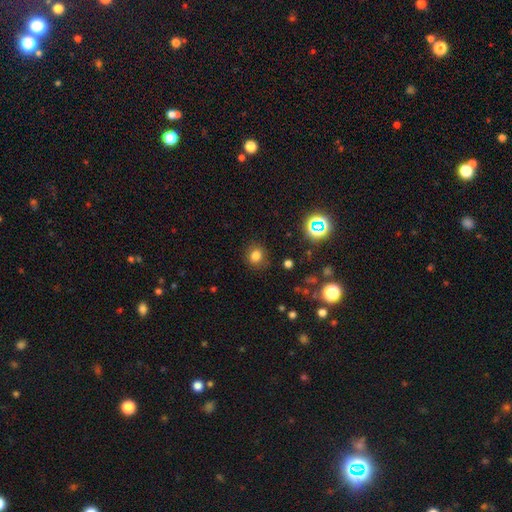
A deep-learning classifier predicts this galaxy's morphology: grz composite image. It shows a smooth galaxy with no disk features (77%) that is round (75%). Merging: none (86%).